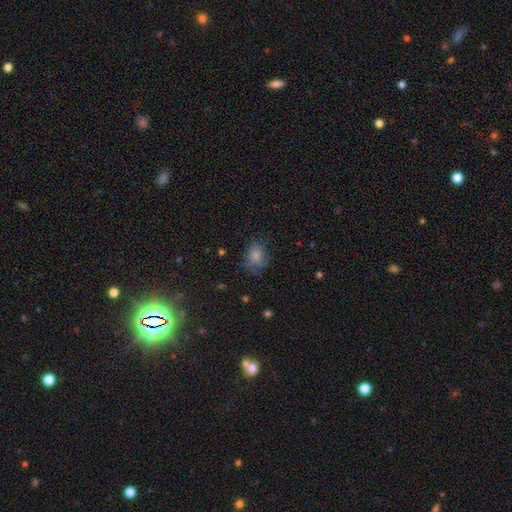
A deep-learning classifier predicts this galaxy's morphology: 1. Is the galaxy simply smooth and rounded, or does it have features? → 78% smooth, 11% star or artifact, 10% featured or disk.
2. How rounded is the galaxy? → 54% in between, 45% round, 1% cigar-shaped.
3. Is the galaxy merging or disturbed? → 61% none, 26% minor disturbance, 12% major disturbance, 2% merger.